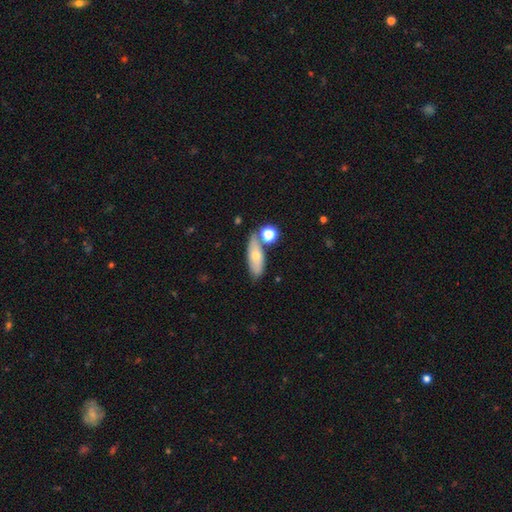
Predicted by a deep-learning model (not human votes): A smooth galaxy with no disk features (60%) that is in between round and cigar-shaped (67%). Merging: none (64%).